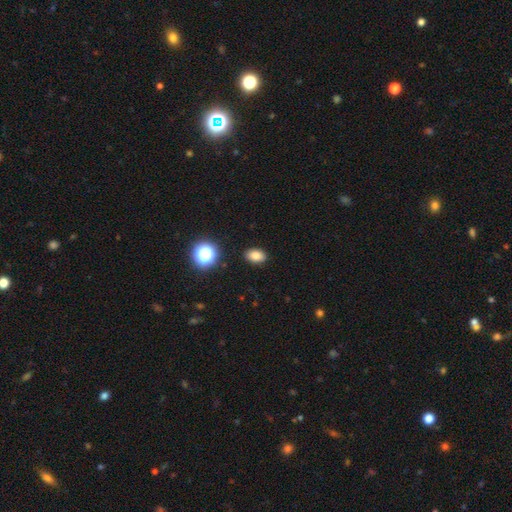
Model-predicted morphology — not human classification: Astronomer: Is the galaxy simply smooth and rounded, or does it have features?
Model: smooth — 82%.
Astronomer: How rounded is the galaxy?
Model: in between — 82%.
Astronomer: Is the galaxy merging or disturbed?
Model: none — 89%.